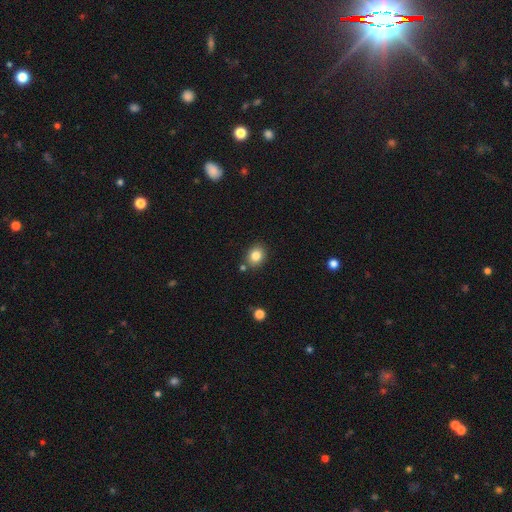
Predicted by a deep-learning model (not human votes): This appears to be a smooth galaxy with no disk features (83%) that is round (53%). Merging: none (80%).